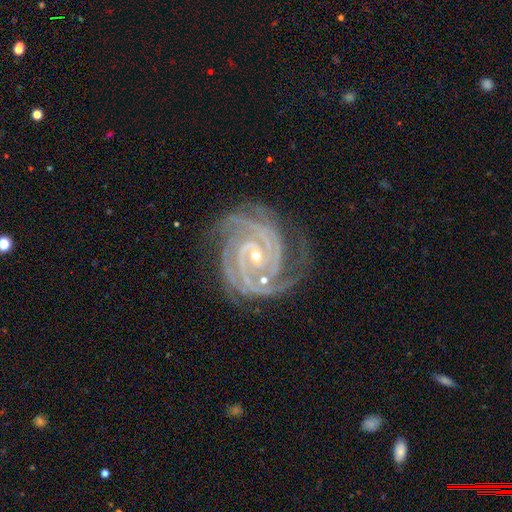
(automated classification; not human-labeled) Morphology: type=featured or disk (93%); edge-on=no (98%); bar=no (47%); spiral arms=yes (99%); winding=tight (76%); arm count=3 (35%); bulge=small (72%); merging=none (72%).